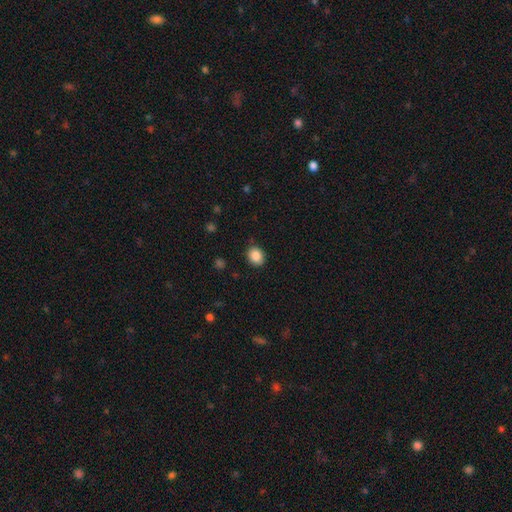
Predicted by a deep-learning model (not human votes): A smooth galaxy with no disk features (87%) that is round (61%).

Vote fractions:
- Smooth or featured? smooth: 87% / star or artifact: 9% / featured or disk: 4%
- How rounded? round: 61% / in between: 38% / cigar-shaped: 1%
- Merging? none: 86% / minor disturbance: 10% / major disturbance: 3% / merger: 1%